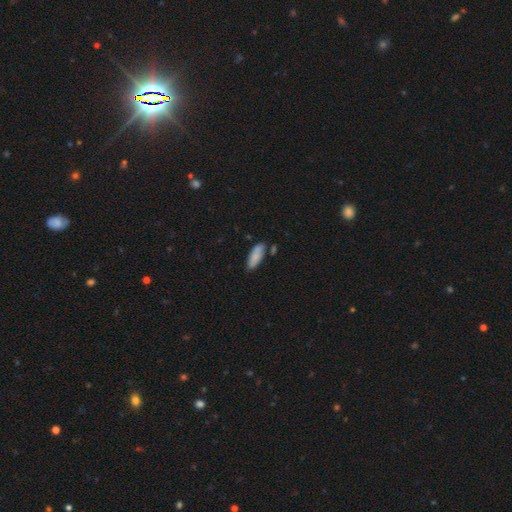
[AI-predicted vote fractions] This appears to be a smooth galaxy with no disk features (80%) that is in between round and cigar-shaped (68%). Merging: none (70%).